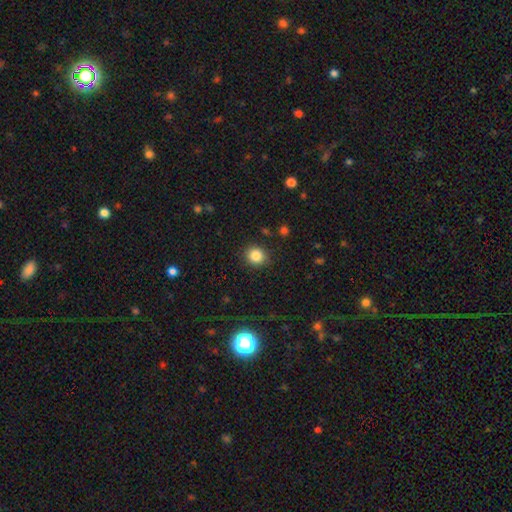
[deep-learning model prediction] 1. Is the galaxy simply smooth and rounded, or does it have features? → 85% smooth, 11% star or artifact, 4% featured or disk.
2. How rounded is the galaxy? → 83% round, 16% in between, 1% cigar-shaped.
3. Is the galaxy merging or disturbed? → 88% none, 8% minor disturbance, 3% major disturbance, 1% merger.